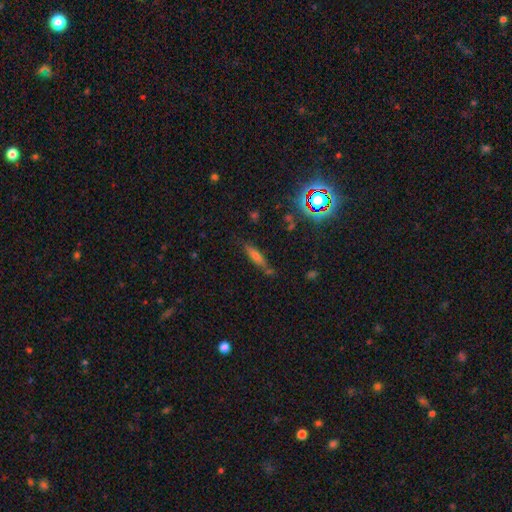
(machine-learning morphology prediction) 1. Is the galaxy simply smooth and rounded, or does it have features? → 55% smooth, 25% featured or disk, 20% star or artifact.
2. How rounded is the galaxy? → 65% cigar-shaped, 31% in between, 4% round.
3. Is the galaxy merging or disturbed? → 68% none, 19% minor disturbance, 8% merger, 6% major disturbance.